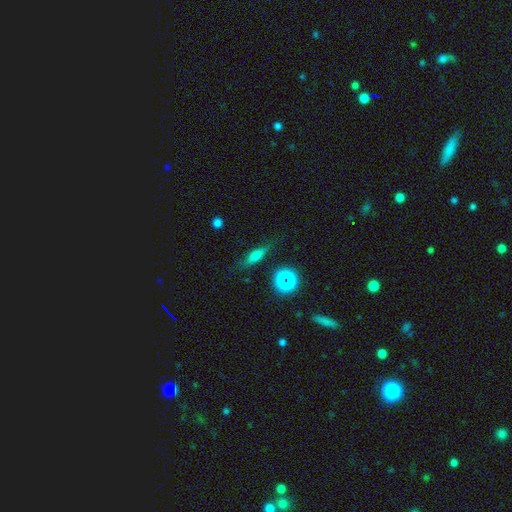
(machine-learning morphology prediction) Smooth or featured? Predicted: smooth (p=0.57). How rounded? Predicted: cigar-shaped (p=0.54). Merging? Predicted: none (p=0.81).